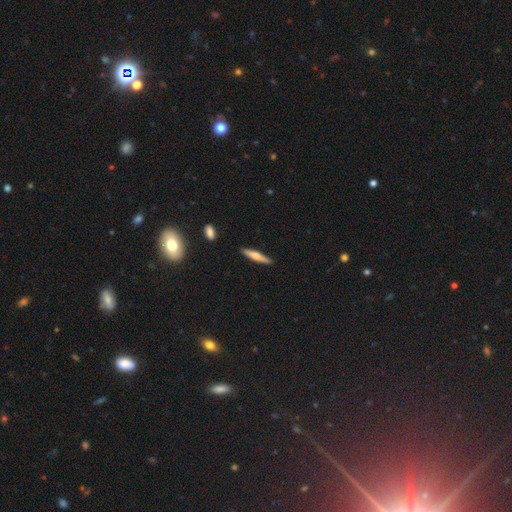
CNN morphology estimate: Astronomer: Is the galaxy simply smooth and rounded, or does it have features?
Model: smooth — 53% (runner-up: featured or disk, 41%).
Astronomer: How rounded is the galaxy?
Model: cigar-shaped — 89%.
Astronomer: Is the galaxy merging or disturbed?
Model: none — 89%.